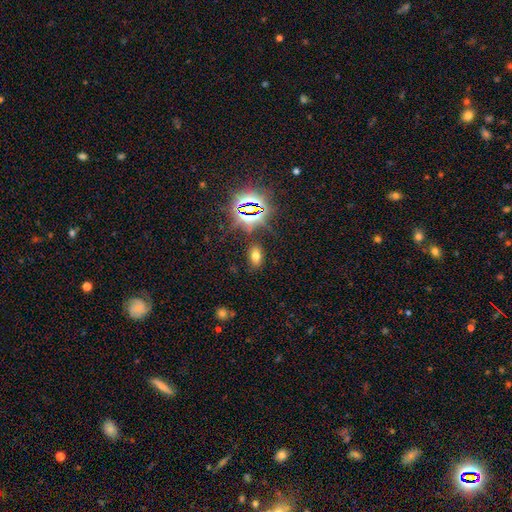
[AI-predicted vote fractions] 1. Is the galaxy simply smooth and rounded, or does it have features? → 60% smooth, 30% star or artifact, 10% featured or disk.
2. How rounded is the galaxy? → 86% in between, 11% round, 3% cigar-shaped.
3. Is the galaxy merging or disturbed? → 85% none, 9% minor disturbance, 4% major disturbance, 3% merger.